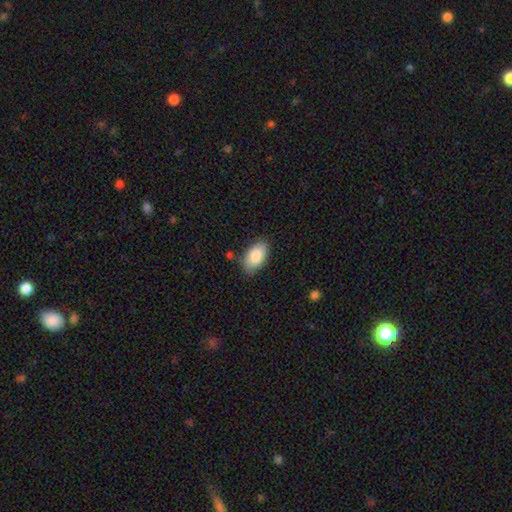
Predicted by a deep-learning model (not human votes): This is clearly a smooth galaxy (84%). How rounded: clearly in between (94%). Merging: likely none (75%).